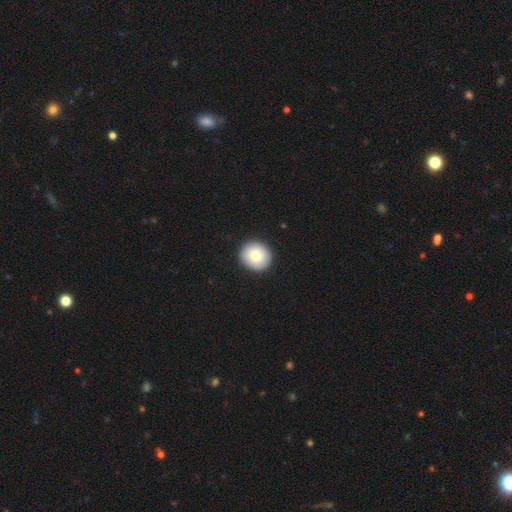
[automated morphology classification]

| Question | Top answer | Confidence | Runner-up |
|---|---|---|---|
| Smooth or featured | smooth | 79% | featured or disk (14%) |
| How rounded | round | 88% | in between (11%) |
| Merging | none | 91% | minor disturbance (6%) |